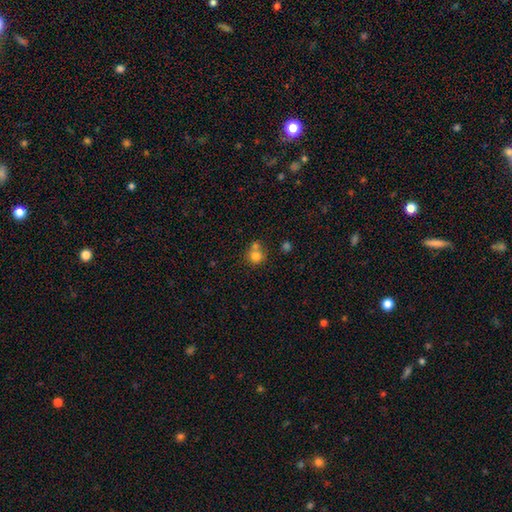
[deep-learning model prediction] Smooth or featured: smooth — 78% (star or artifact — 12%)
How rounded: round — 89% (in between — 10%)
Merging: none — 51% (merger — 37%)